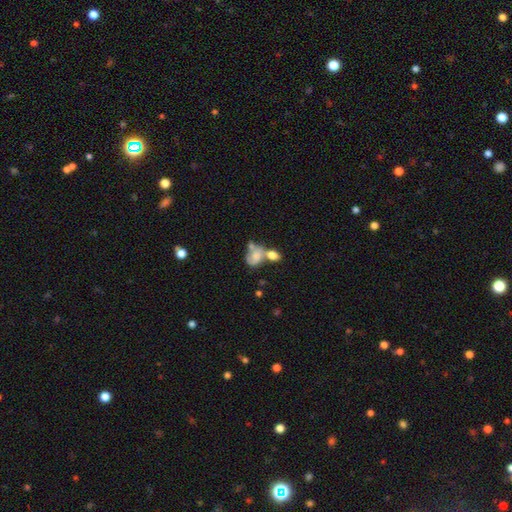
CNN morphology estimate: smooth-or-featured: smooth: 55% | featured or disk: 35% | star or artifact: 10%
  how-rounded: in between: 73% | round: 25% | cigar-shaped: 2%
  merging: merger: 56% | none: 18% | minor disturbance: 13% | major disturbance: 13%